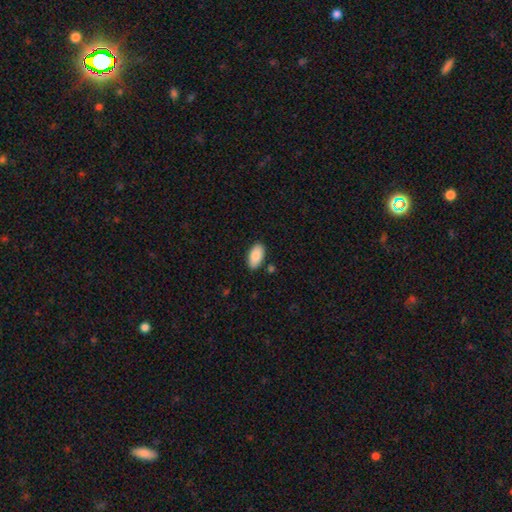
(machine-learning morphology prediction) smooth 86%, featured or disk 8%, star or artifact 6%. Down the decision tree: how rounded — in between (94%); merging — none (85%).